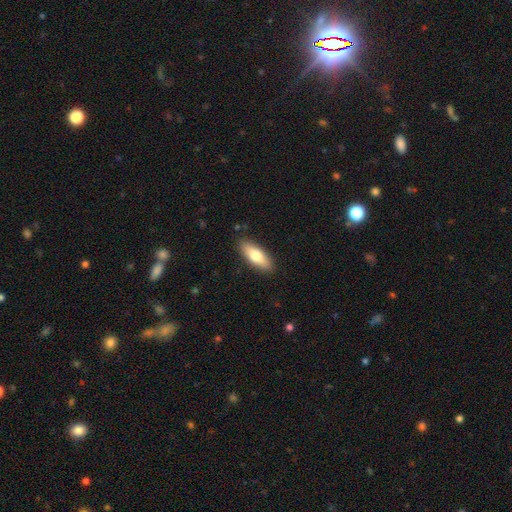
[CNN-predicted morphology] The model was most divided on "how rounded": in between: 64%, cigar-shaped: 34%, round: 2%. More confident: merging — none (89%); smooth or featured — smooth (72%).